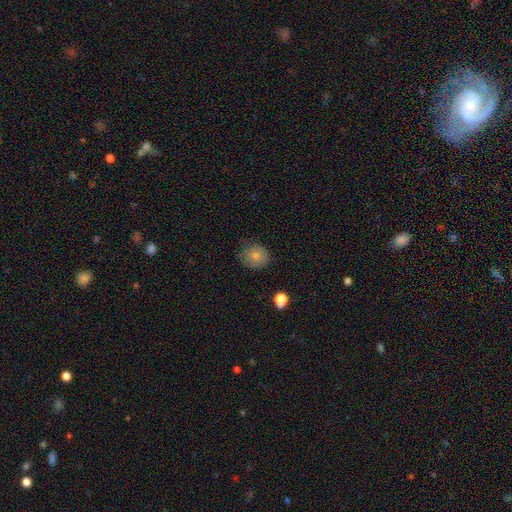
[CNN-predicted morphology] This is likely a smooth galaxy (78%). How rounded: likely round (77%). Merging: likely none (72%).